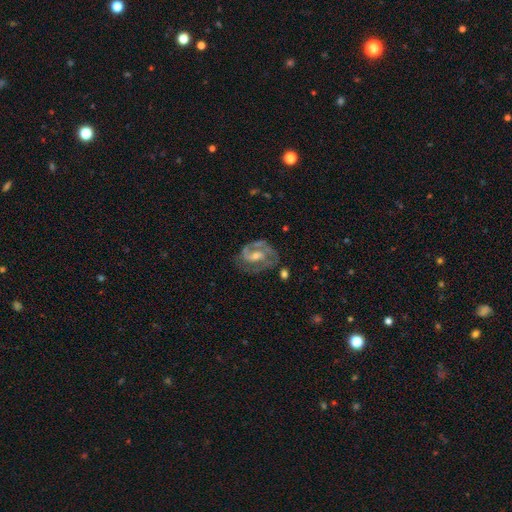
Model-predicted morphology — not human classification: Smooth or featured? Predicted: featured or disk (p=0.85). Edge-on disk? Predicted: no (p=0.97). Bar? Predicted: weak (p=0.48). Spiral arms? Predicted: yes (p=0.94). Spiral winding? Predicted: medium (p=0.48). Spiral arm count? Predicted: 2 (p=0.70). Bulge size? Predicted: moderate (p=0.52). Merging? Predicted: none (p=0.68).